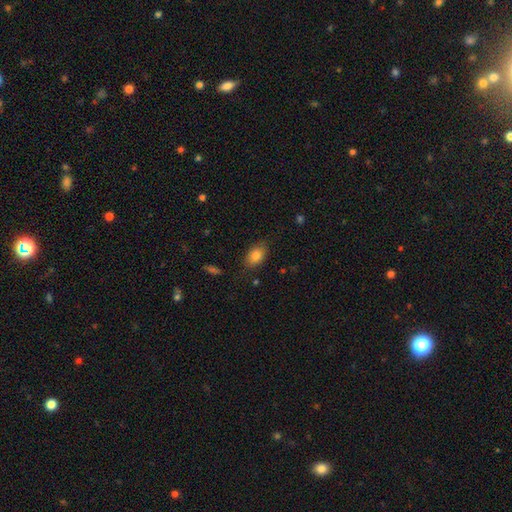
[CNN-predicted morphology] This appears to be a smooth galaxy with no disk features (82%) that is in between round and cigar-shaped (85%). Merging: none (78%).